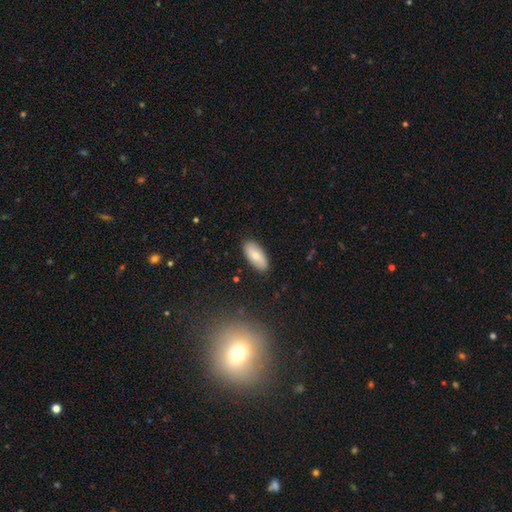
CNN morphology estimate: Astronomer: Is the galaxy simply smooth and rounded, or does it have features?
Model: smooth — 72%.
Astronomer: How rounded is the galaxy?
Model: in between — 88%.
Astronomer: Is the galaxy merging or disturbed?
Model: none — 88%.